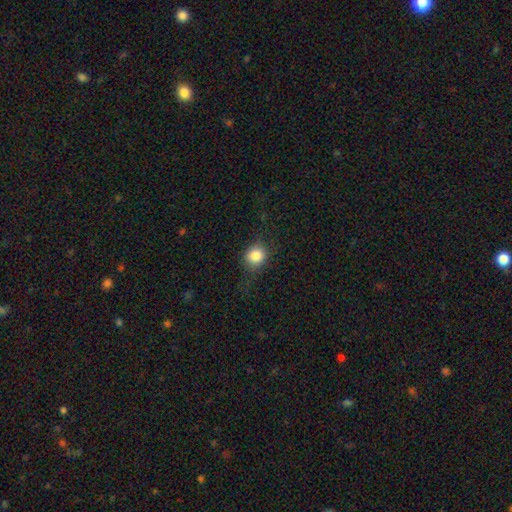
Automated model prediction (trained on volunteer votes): Smooth or featured? Predicted: smooth (p=0.81). How rounded? Predicted: round (p=0.77). Merging? Predicted: none (p=0.72).